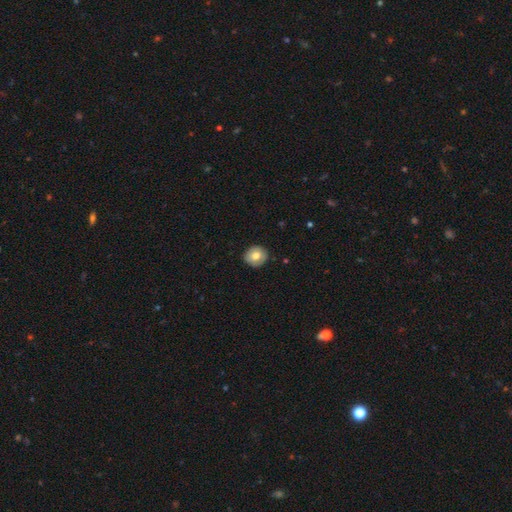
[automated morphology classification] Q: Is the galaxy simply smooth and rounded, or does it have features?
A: smooth — 76%.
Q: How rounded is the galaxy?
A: round — 83%.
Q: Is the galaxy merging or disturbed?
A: none — 86%.